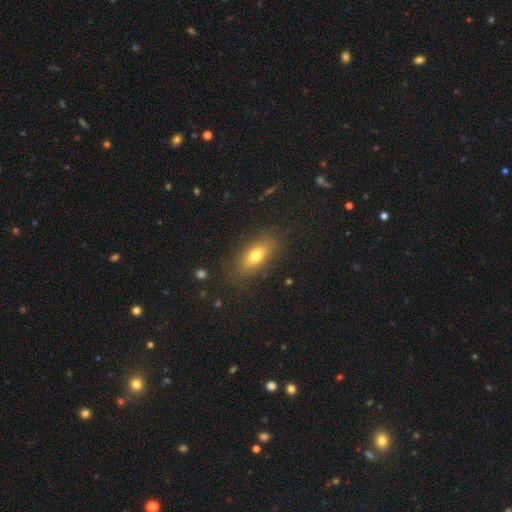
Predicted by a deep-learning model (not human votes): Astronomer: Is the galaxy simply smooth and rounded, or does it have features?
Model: smooth — 74%.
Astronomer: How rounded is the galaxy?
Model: in between — 82%.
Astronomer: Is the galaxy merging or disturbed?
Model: none — 84%.